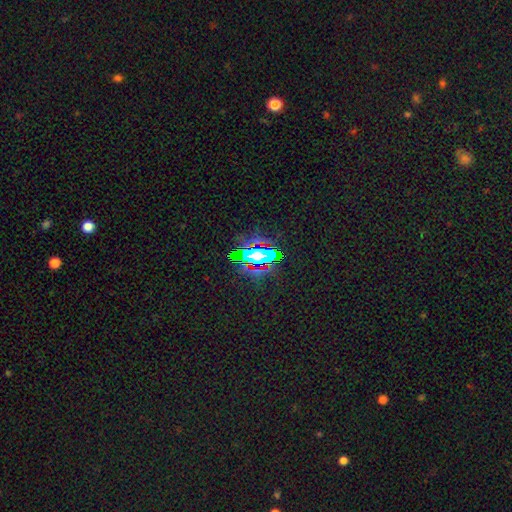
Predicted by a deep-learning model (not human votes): Smooth or featured?
  - star or artifact: 52% *
  - smooth: 30%
  - featured or disk: 19%